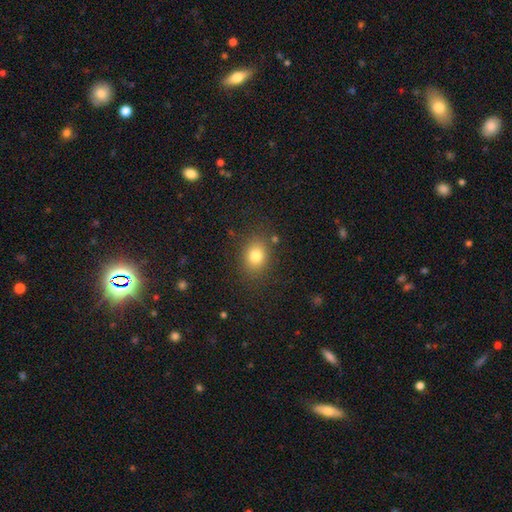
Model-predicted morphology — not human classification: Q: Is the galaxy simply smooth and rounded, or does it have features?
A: smooth — 80%.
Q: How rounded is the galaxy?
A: round — 53%.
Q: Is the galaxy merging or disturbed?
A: none — 83%.